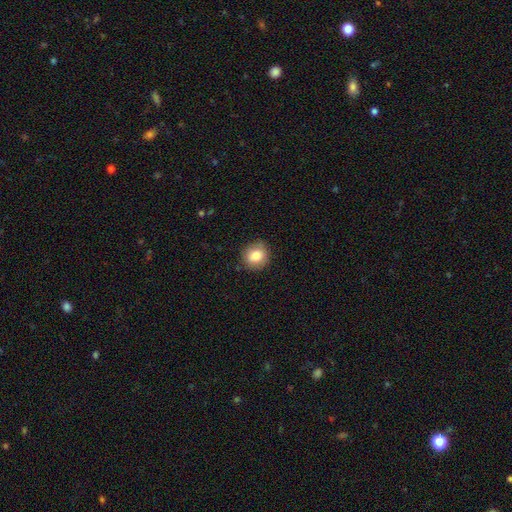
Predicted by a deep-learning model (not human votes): Overall: smooth (82%). How rounded: round (86%). Merging: none (86%).